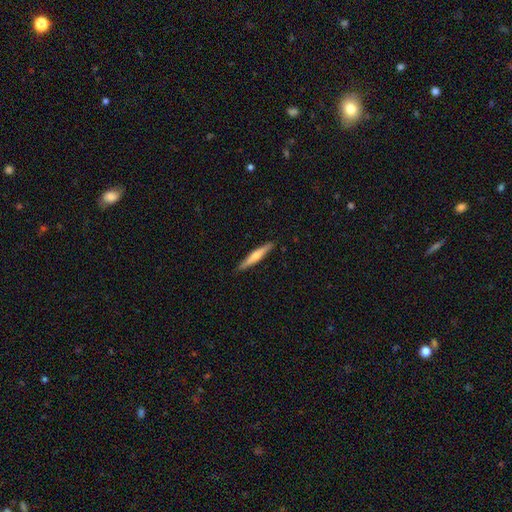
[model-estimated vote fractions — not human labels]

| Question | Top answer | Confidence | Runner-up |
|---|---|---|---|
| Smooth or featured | featured or disk | 50% | smooth (45%) |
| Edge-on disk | yes | 96% | no (4%) |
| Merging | none | 90% | minor disturbance (8%) |